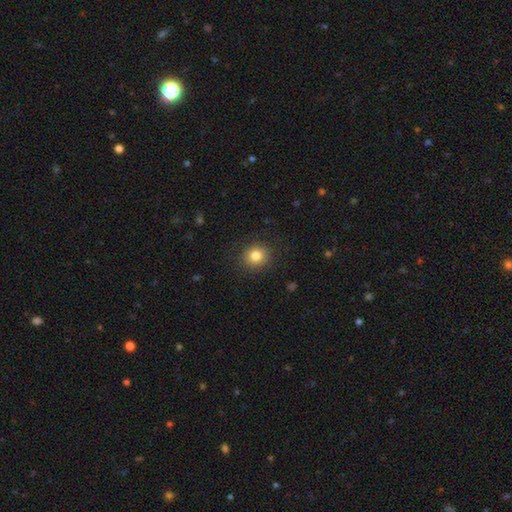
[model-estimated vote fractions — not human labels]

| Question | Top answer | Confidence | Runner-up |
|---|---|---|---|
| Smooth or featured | smooth | 82% | star or artifact (11%) |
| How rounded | round | 83% | in between (16%) |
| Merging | none | 89% | minor disturbance (8%) |